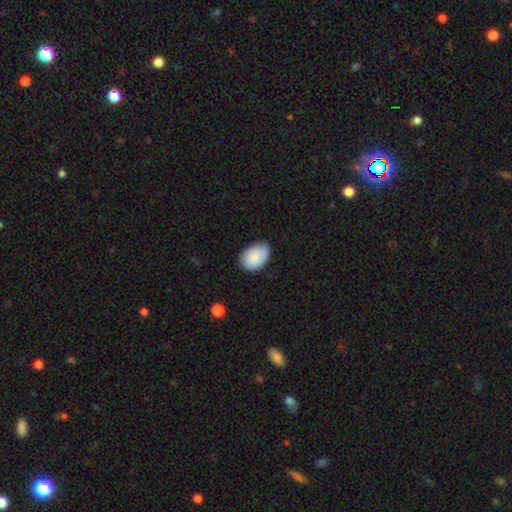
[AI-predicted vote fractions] Morphology: type=smooth (79%); roundness=in between (80%); merging=none (72%).